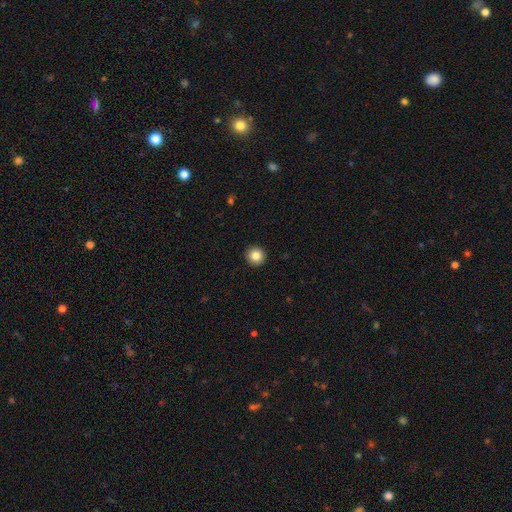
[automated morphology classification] Smooth or featured? smooth (85%)
How rounded? round (95%)
Merging? none (93%)